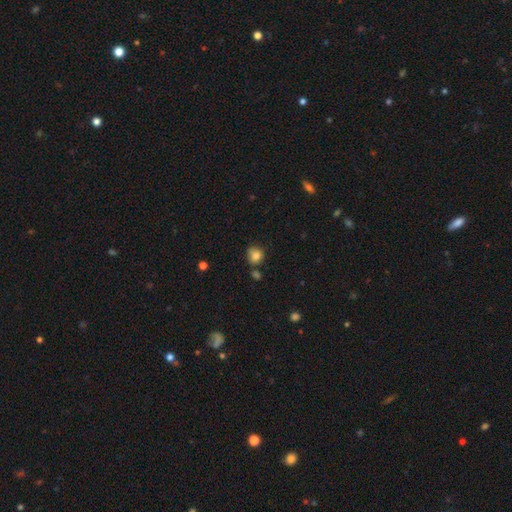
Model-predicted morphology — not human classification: This appears to be a smooth galaxy with no disk features (81%) that is round (77%). Merging: none (66%).